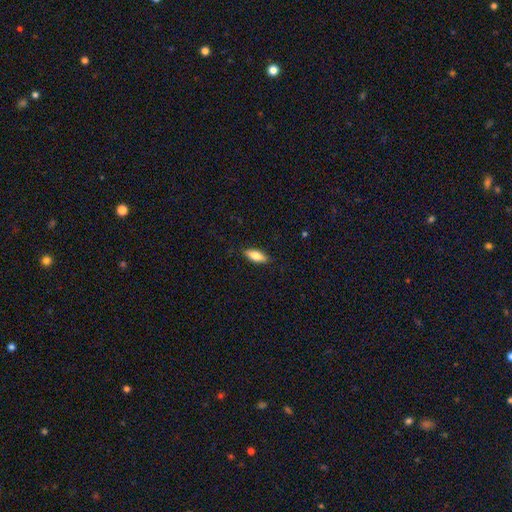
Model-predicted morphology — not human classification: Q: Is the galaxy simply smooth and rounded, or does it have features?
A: smooth — 76%.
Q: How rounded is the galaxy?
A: in between — 72%.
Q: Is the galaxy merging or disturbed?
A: none — 86%.